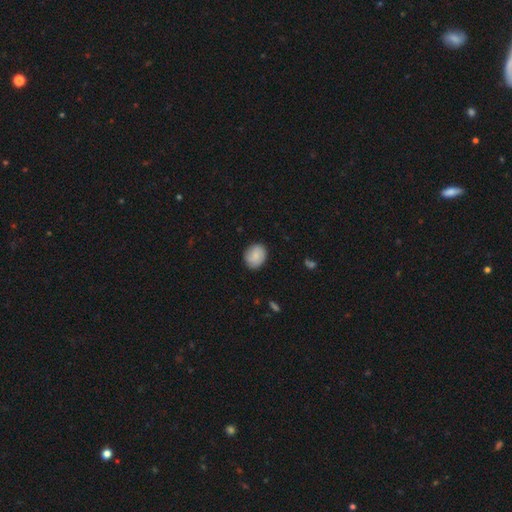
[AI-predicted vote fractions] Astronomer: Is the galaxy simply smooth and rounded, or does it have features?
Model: smooth — 82%.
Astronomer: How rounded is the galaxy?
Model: round — 60% (runner-up: in between, 39%).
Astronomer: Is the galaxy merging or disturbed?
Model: none — 85%.